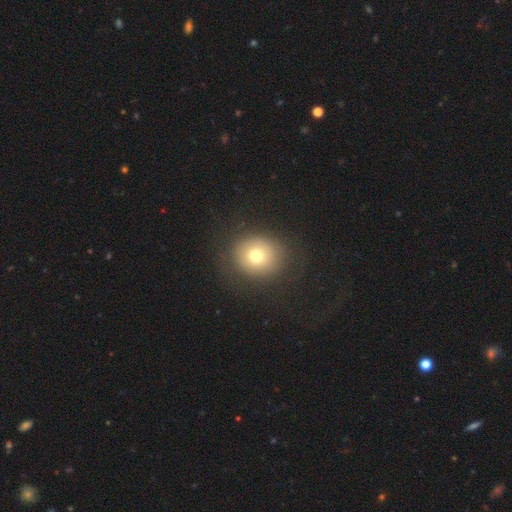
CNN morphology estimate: This is likely a smooth galaxy (73%). How rounded: clearly round (83%). Merging: clearly none (85%).